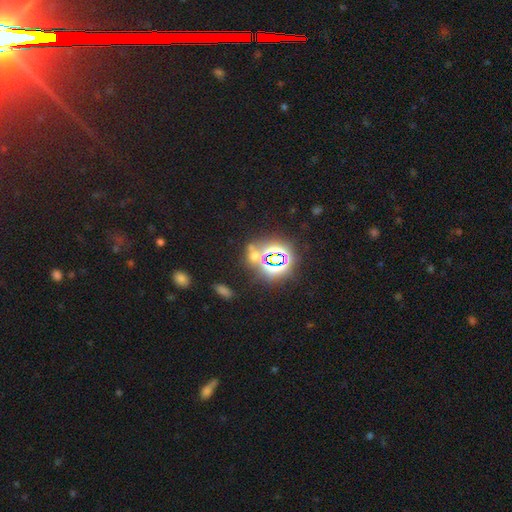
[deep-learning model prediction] This appears to be a star or artifact, not a galaxy (60%).